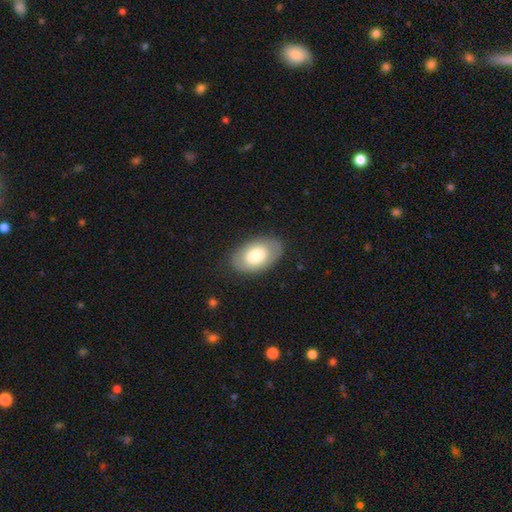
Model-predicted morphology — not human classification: Smooth or featured? Predicted: smooth (p=0.71). How rounded? Predicted: in between (p=0.92). Merging? Predicted: none (p=0.82).